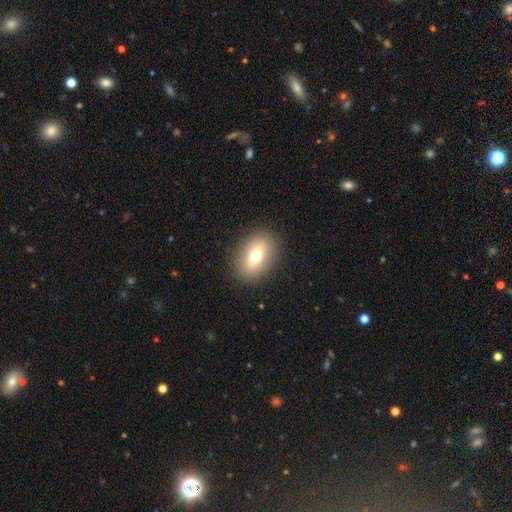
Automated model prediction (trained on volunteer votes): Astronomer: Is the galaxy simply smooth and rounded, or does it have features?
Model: smooth — 69%.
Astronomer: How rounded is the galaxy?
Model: in between — 79%.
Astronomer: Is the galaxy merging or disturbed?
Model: none — 88%.